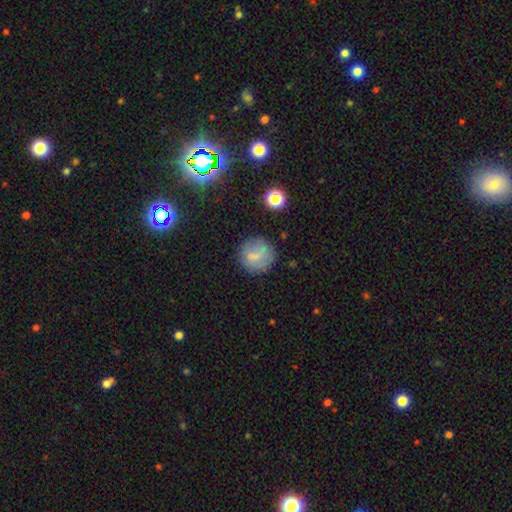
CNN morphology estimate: smooth_or_featured: smooth (p=0.71) [alt: featured or disk p=0.17]
how_rounded: round (p=0.93) [alt: in between p=0.06]
merging: none (p=0.77) [alt: minor disturbance p=0.14]